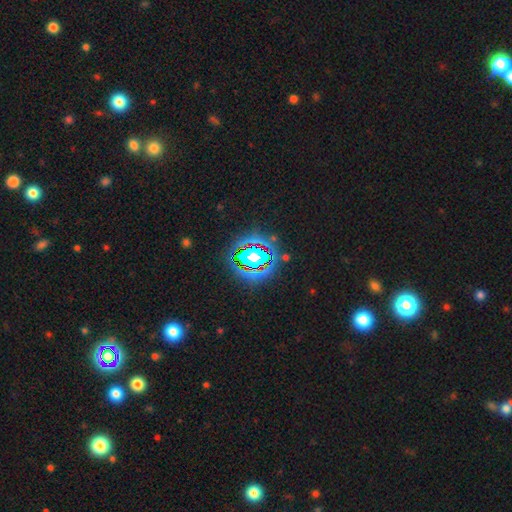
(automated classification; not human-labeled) smooth-or-featured: star or artifact: 62% | smooth: 23% | featured or disk: 15%